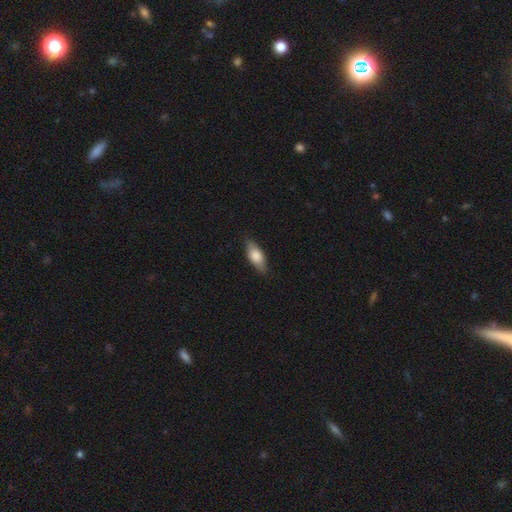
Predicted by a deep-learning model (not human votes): smooth-or-featured: smooth: 73% | featured or disk: 21% | star or artifact: 6%
  how-rounded: in between: 77% | cigar-shaped: 20% | round: 3%
  merging: none: 83% | minor disturbance: 14% | major disturbance: 3% | merger: 1%